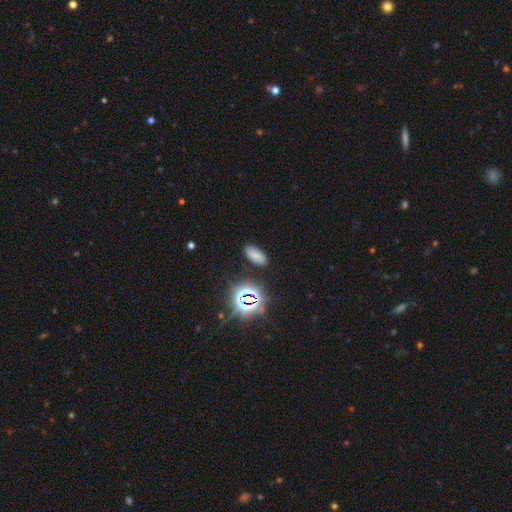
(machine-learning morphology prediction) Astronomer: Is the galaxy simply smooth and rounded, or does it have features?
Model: smooth — 70%.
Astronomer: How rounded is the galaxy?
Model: in between — 89%.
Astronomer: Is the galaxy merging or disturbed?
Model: none — 86%.